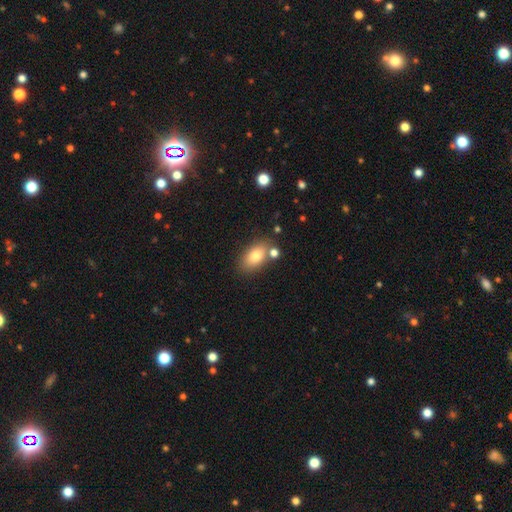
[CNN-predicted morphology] Overall: smooth (79%). How rounded: in between (89%). Merging: none (72%).